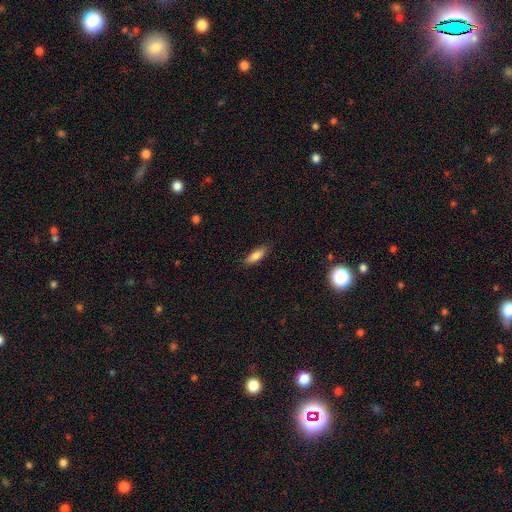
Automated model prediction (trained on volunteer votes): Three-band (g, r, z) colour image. It shows a smooth galaxy with no disk features (84%) that is in between round and cigar-shaped (63%). Merging: none (85%).